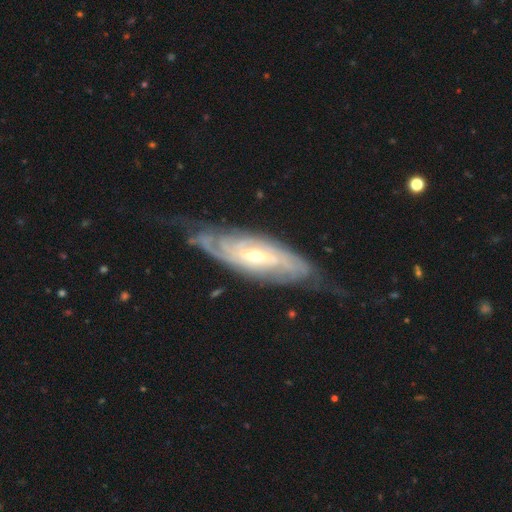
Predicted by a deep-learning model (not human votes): Smooth or featured?
  - featured or disk: 87% *
  - smooth: 8%
  - star or artifact: 5%
Edge-on disk?
  - no: 85% *
  - yes: 15%
Bar?
  - weak: 42% *
  - no: 35%
  - strong: 23%
Spiral arms?
  - yes: 96% *
  - no: 4%
Spiral winding?
  - tight: 70% *
  - medium: 24%
  - loose: 5%
Spiral arm count?
  - can't tell: 40% *
  - 2: 20%
  - 4: 15%
  - 3: 14%
  - more than 4: 7%
  - 1: 5%
Bulge size?
  - small: 53% *
  - moderate: 43%
  - large: 2%
  - none: 1%
  - dominant: 1%
Merging?
  - none: 68% *
  - minor disturbance: 22%
  - major disturbance: 8%
  - merger: 2%